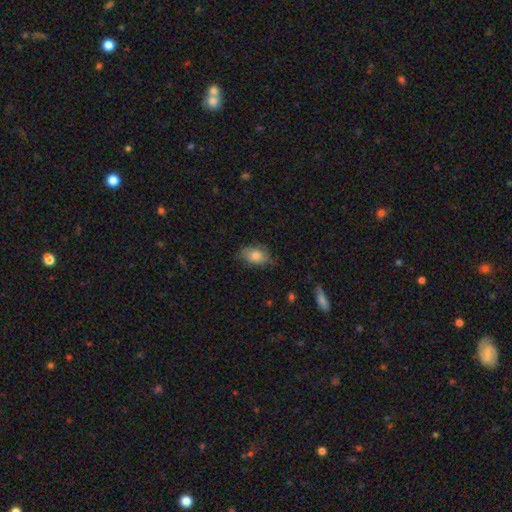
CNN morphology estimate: This is likely a smooth galaxy (78%). How rounded: clearly in between (84%). Merging: likely none (65%).